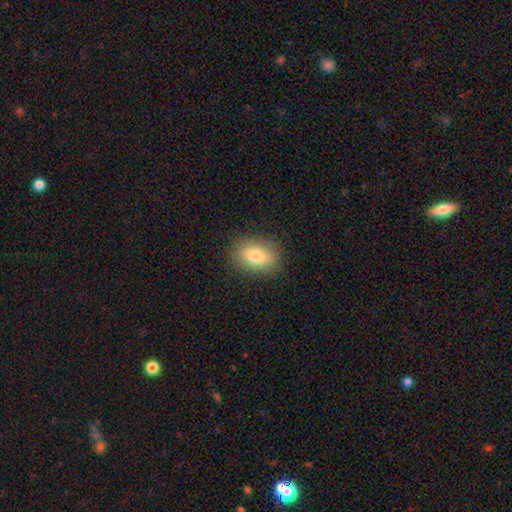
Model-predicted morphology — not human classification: smooth_or_featured: smooth (p=0.79) [alt: featured or disk p=0.12]
how_rounded: in between (p=0.72) [alt: round p=0.26]
merging: none (p=0.88) [alt: minor disturbance p=0.09]